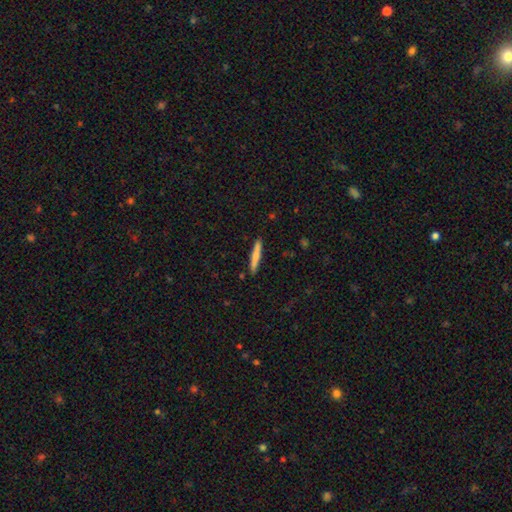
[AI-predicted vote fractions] Smooth or featured?
  - smooth: 67% *
  - featured or disk: 27%
  - star or artifact: 6%
How rounded?
  - cigar-shaped: 94% *
  - in between: 5%
  - round: 1%
Merging?
  - none: 91% *
  - minor disturbance: 7%
  - major disturbance: 1%
  - merger: 1%